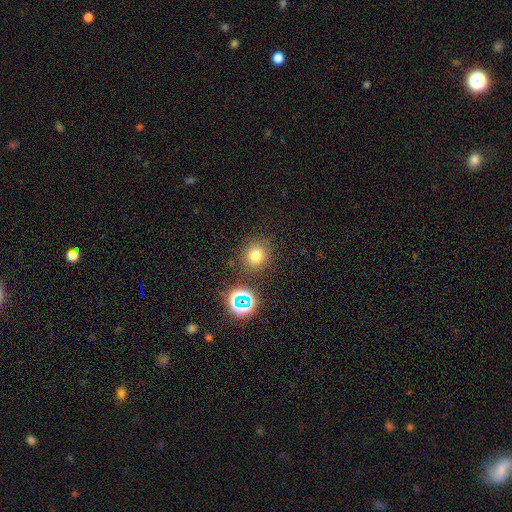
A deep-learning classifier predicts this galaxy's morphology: This appears to be a smooth galaxy with no disk features (72%) that is round (82%). Merging: none (83%).